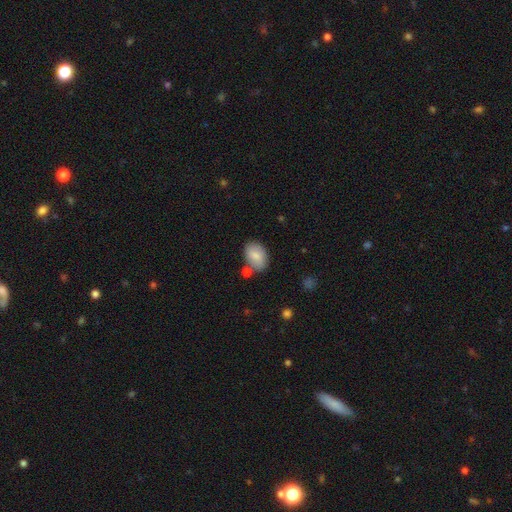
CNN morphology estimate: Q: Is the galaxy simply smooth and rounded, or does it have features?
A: smooth — 83%.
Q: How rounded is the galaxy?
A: in between — 86%.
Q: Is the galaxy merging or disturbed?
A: none — 69%.